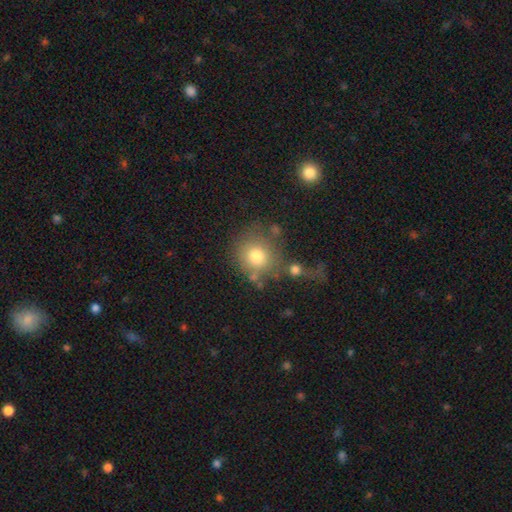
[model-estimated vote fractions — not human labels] smooth-or-featured: smooth: 74% | star or artifact: 15% | featured or disk: 12%
  how-rounded: round: 89% | in between: 10% | cigar-shaped: 1%
  merging: none: 64% | minor disturbance: 14% | merger: 14% | major disturbance: 8%